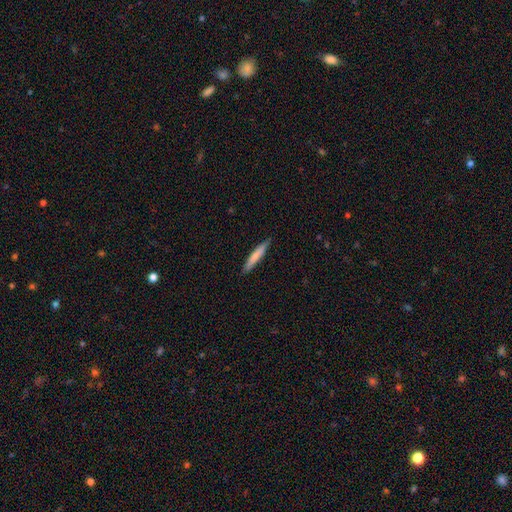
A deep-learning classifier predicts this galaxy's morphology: This appears to be a smooth galaxy with no disk features (71%) that is cigar-shaped (93%). Merging: none (87%).